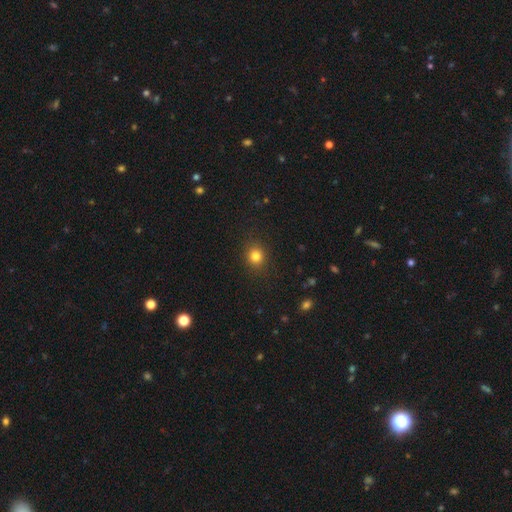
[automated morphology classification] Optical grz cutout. It shows a smooth galaxy with no disk features (81%) that is round (79%). Merging: none (89%).